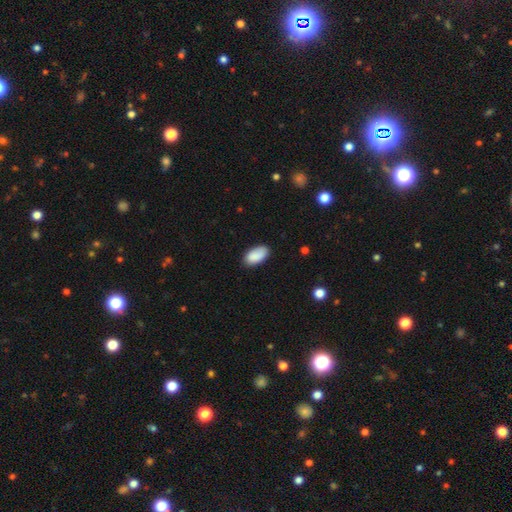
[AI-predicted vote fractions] Smooth or featured? smooth (89%)
How rounded? in between (95%)
Merging? none (82%)